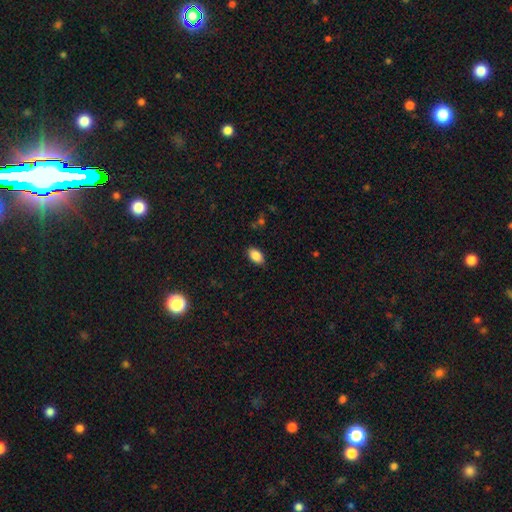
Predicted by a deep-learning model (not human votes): smooth 87%, star or artifact 8%, featured or disk 5%. Down the decision tree: how rounded — in between (92%); merging — none (87%).